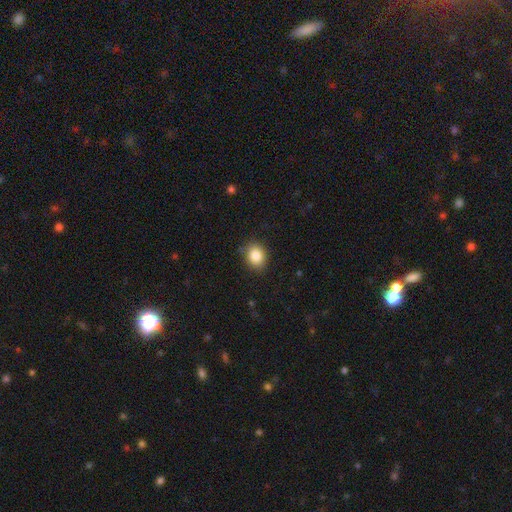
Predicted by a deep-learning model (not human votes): This appears to be a smooth galaxy with no disk features (85%) that is round (61%). Merging: none (83%).